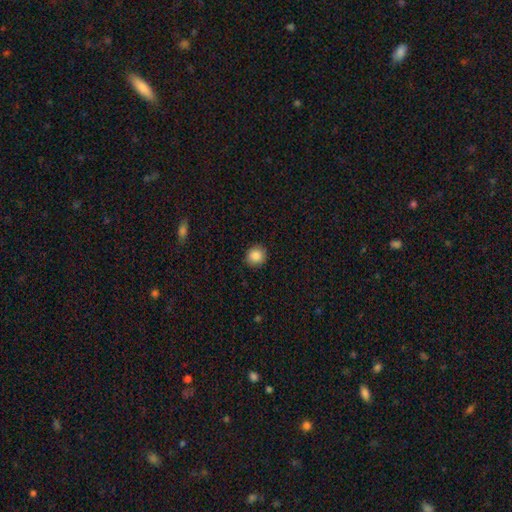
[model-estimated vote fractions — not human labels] A smooth galaxy with no disk features (87%) that is round (87%). Merging: none (90%).